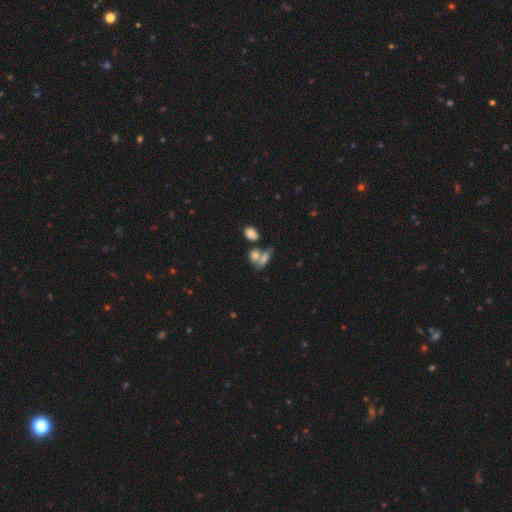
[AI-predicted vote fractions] Smooth or featured?
  - smooth: 73% *
  - featured or disk: 15%
  - star or artifact: 12%
How rounded?
  - in between: 66% *
  - round: 26%
  - cigar-shaped: 8%
Merging?
  - merger: 44% *
  - none: 38%
  - minor disturbance: 11%
  - major disturbance: 6%